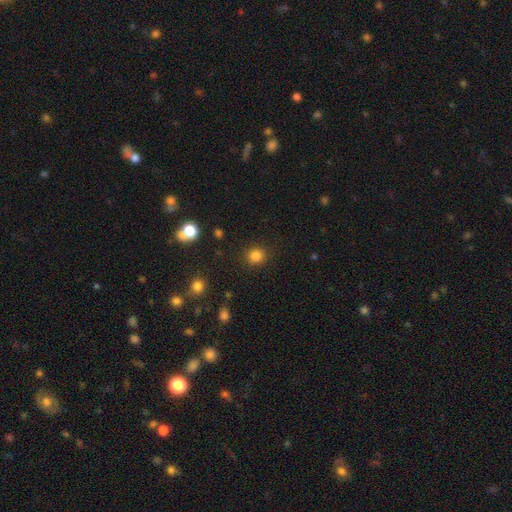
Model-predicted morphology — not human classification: Smooth or featured? smooth (83%)
How rounded? round (88%)
Merging? none (89%)